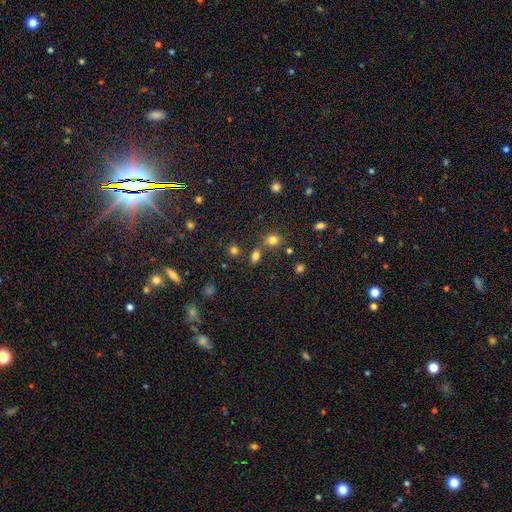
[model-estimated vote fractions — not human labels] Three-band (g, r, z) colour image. It shows a smooth galaxy with no disk features (78%) that is in between round and cigar-shaped (59%). Merging: none (63%).